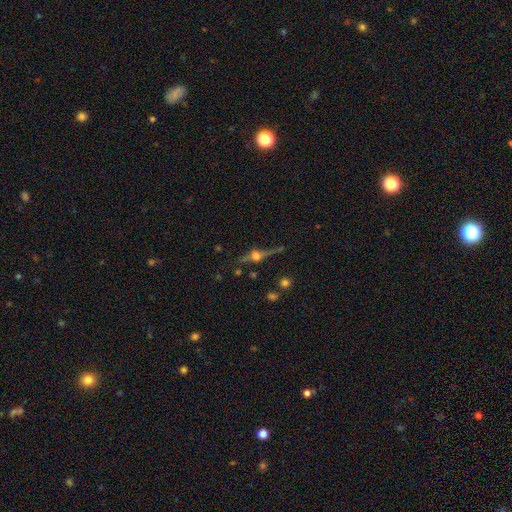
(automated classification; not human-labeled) smooth-or-featured: featured or disk: 78% | smooth: 11% | star or artifact: 11%
  disk-edge-on: yes: 96% | no: 4%
    edge-on-bulge: rounded: 96% | boxy: 3% | none: 2%
  merging: none: 82% | minor disturbance: 11% | major disturbance: 4% | merger: 3%